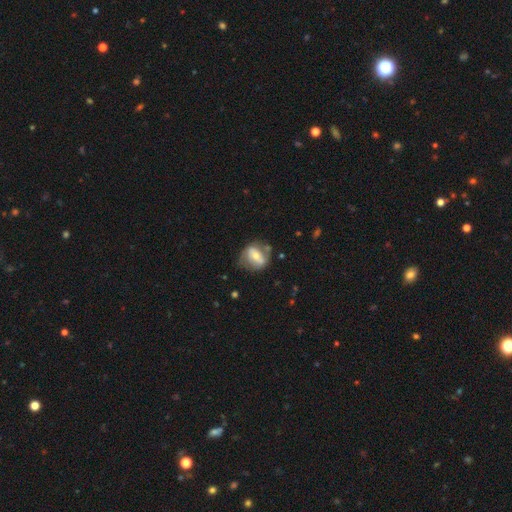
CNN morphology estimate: Smooth or featured? Predicted: featured or disk (p=0.54). Edge-on disk? Predicted: no (p=0.92). Merging? Predicted: none (p=0.56).